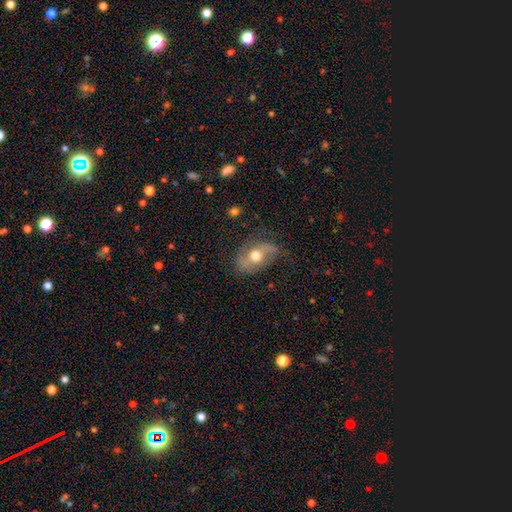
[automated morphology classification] A featured or disk galaxy (54%). Merging: none (63%).